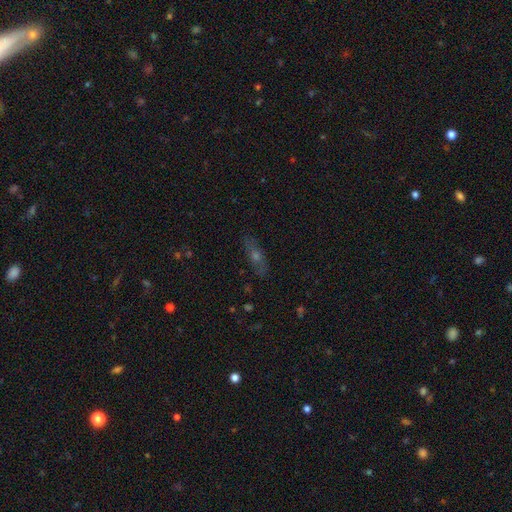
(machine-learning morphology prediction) Overall: featured or disk (42%; smooth 38%). Merging: none (83%).